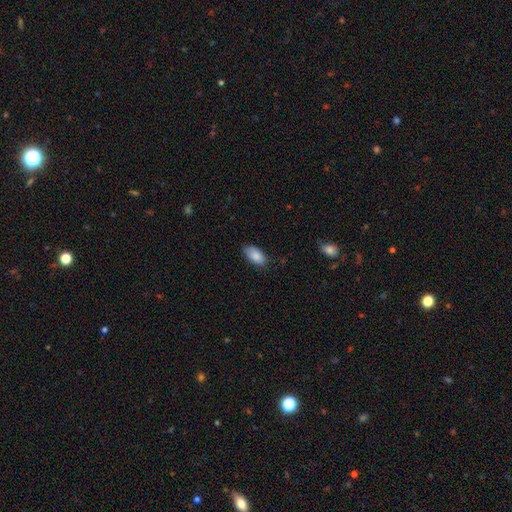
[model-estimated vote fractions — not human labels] Smooth or featured?
  - smooth: 86% *
  - featured or disk: 7%
  - star or artifact: 7%
How rounded?
  - in between: 93% *
  - cigar-shaped: 4%
  - round: 3%
Merging?
  - none: 77% *
  - minor disturbance: 19%
  - major disturbance: 3%
  - merger: 1%